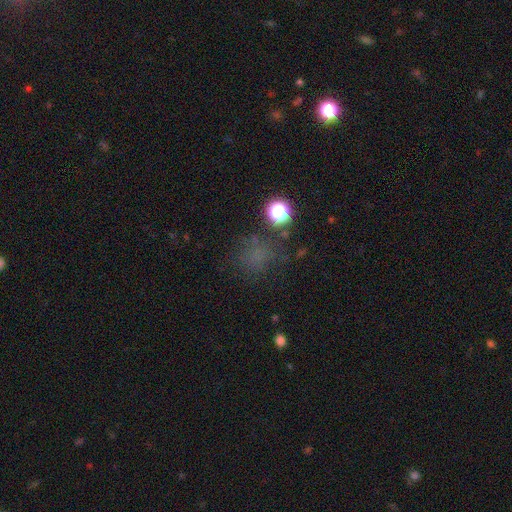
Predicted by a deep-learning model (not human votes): smooth_or_featured: smooth (p=0.54) [alt: star or artifact p=0.34]
how_rounded: round (p=0.76) [alt: in between p=0.22]
merging: none (p=0.66) [alt: minor disturbance p=0.16]